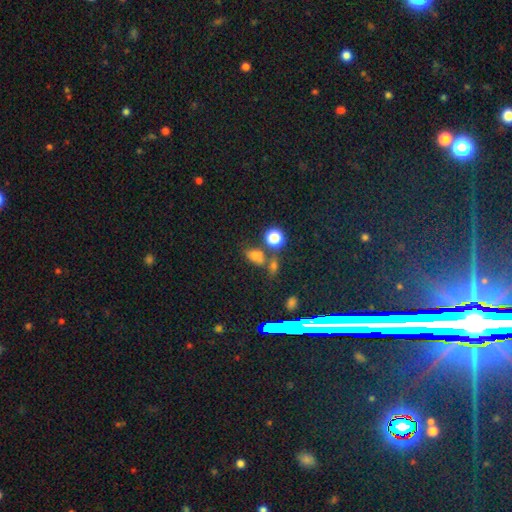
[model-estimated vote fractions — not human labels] Smooth or featured: smooth — 62% (star or artifact — 28%)
How rounded: in between — 61% (round — 35%)
Merging: none — 54% (merger — 25%)